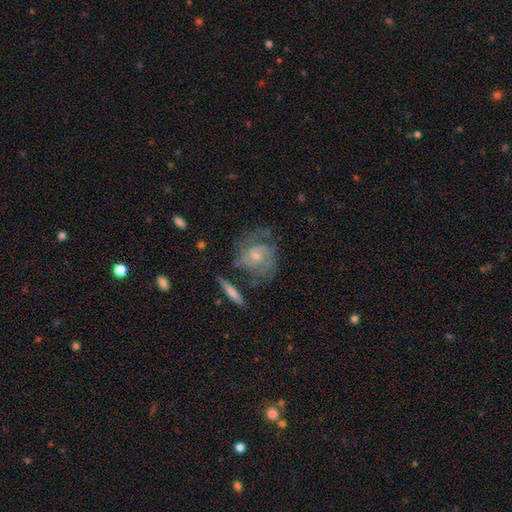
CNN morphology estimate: The model was most divided on "spiral arm count": 2: 38%, can't tell: 35%, 3: 14%, 1: 5%, 4: 4%, more than 4: 3%. More confident: edge-on disk — no (95%); spiral arms — yes (89%); smooth or featured — featured or disk (77%); bar — no (67%); merging — none (60%); bulge size — small (59%); spiral winding — tight (54%).